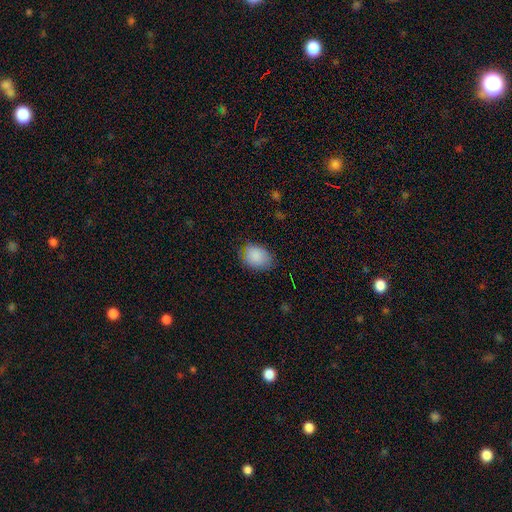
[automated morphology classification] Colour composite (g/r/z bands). It shows a smooth galaxy with no disk features (87%) that is in between round and cigar-shaped (70%). Merging: none (74%).